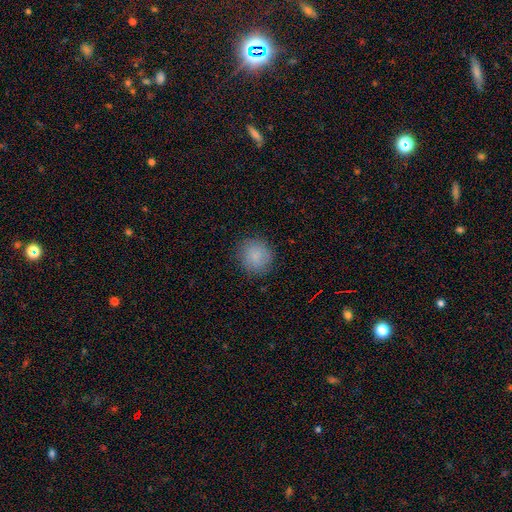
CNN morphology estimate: A smooth galaxy with no disk features (85%) that is round (89%).

Vote fractions:
- Smooth or featured? smooth: 85% / star or artifact: 9% / featured or disk: 7%
- How rounded? round: 89% / in between: 10% / cigar-shaped: 1%
- Merging? none: 86% / minor disturbance: 10% / major disturbance: 3% / merger: 1%